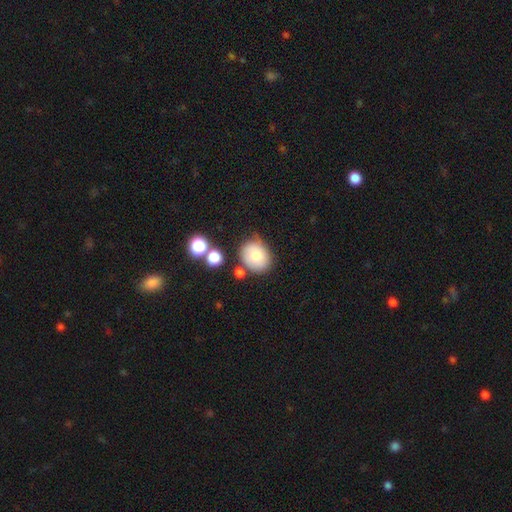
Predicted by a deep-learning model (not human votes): Smooth or featured: smooth — 77% (featured or disk — 14%)
How rounded: round — 55% (in between — 44%)
Merging: none — 66% (minor disturbance — 21%)